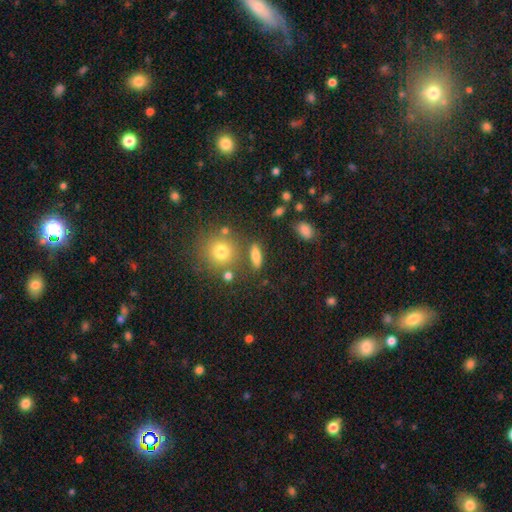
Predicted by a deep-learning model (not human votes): Smooth or featured: smooth — 70% (featured or disk — 17%)
How rounded: in between — 52% (cigar-shaped — 36%)
Merging: none — 77% (minor disturbance — 12%)